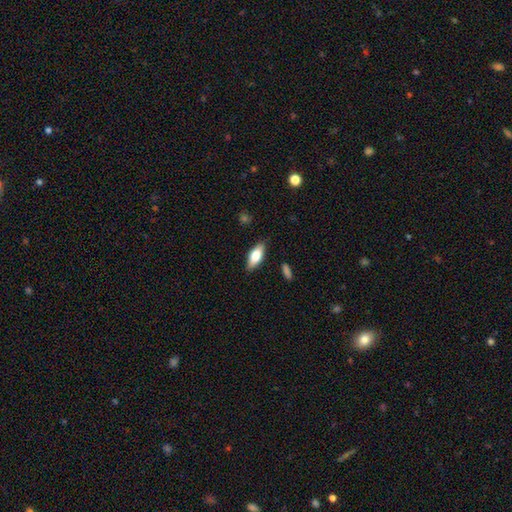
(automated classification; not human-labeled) smooth_or_featured: smooth (p=0.73) [alt: featured or disk p=0.20]
how_rounded: in between (p=0.79) [alt: cigar-shaped p=0.19]
merging: none (p=0.85) [alt: minor disturbance p=0.11]